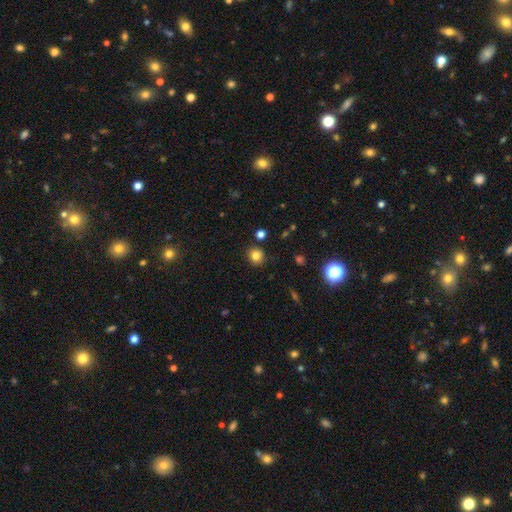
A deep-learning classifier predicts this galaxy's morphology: Smooth or featured? Predicted: smooth (p=0.81). How rounded? Predicted: round (p=0.89). Merging? Predicted: none (p=0.86).